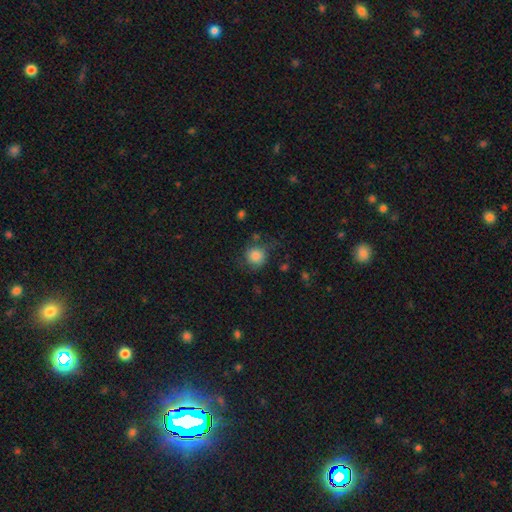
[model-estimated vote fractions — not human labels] A smooth galaxy with no disk features (79%) that is round (88%).

Vote fractions:
- Smooth or featured? smooth: 79% / featured or disk: 12% / star or artifact: 9%
- How rounded? round: 88% / in between: 11% / cigar-shaped: 1%
- Merging? none: 63% / minor disturbance: 22% / major disturbance: 12% / merger: 3%